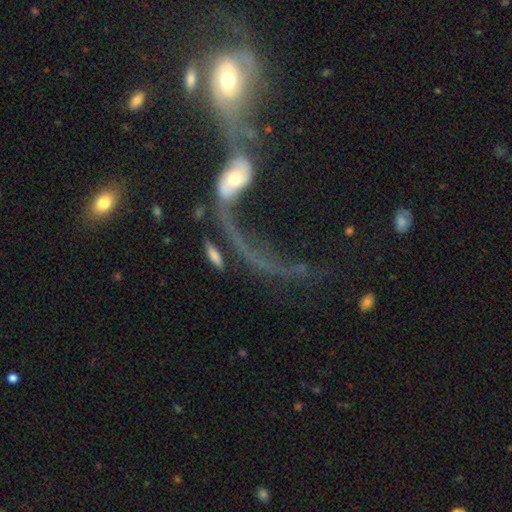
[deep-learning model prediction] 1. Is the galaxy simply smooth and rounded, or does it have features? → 66% featured or disk, 22% smooth, 12% star or artifact.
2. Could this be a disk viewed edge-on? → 88% no, 12% yes.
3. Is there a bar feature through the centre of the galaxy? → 63% no, 23% weak, 14% strong.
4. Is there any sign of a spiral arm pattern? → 62% yes, 38% no.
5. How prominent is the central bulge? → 38% small (tied), 38% moderate (tied), 13% none, 7% large, 3% dominant.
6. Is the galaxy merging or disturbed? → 54% merger, 28% major disturbance, 12% none, 7% minor disturbance.